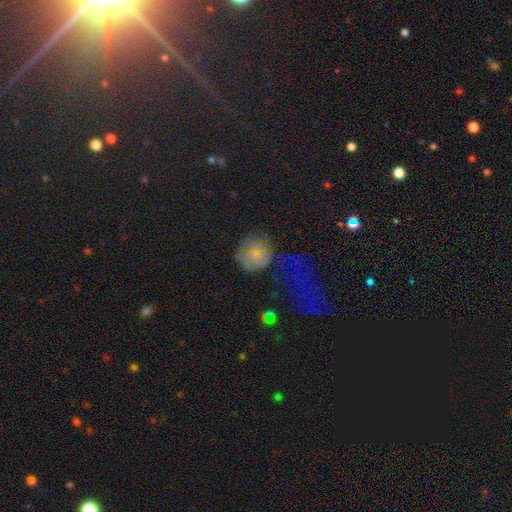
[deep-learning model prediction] Smooth or featured?
  - smooth: 49% *
  - featured or disk: 28%
  - star or artifact: 22%
Merging?
  - none: 62% *
  - minor disturbance: 18%
  - major disturbance: 15%
  - merger: 4%